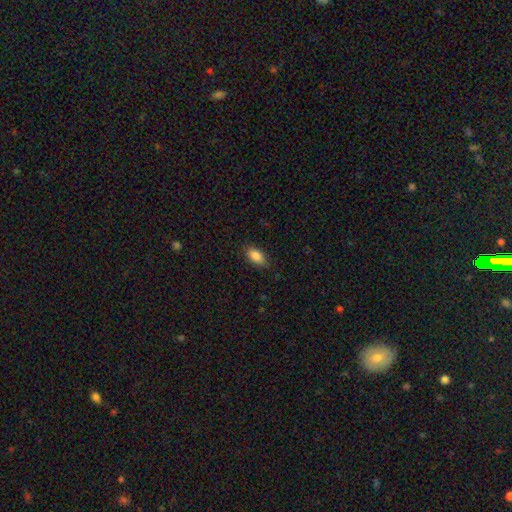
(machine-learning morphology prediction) This is clearly a smooth galaxy (86%). How rounded: clearly in between (90%). Merging: clearly none (83%).